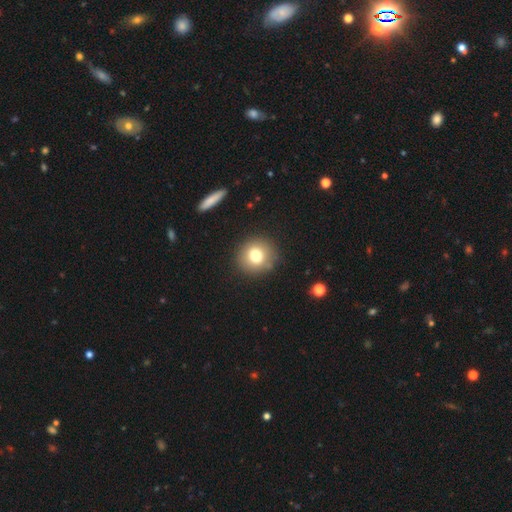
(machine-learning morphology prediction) smooth-or-featured: smooth: 76% | featured or disk: 12% | star or artifact: 12%
  how-rounded: round: 90% | in between: 9% | cigar-shaped: 1%
  merging: none: 87% | minor disturbance: 8% | major disturbance: 3% | merger: 2%